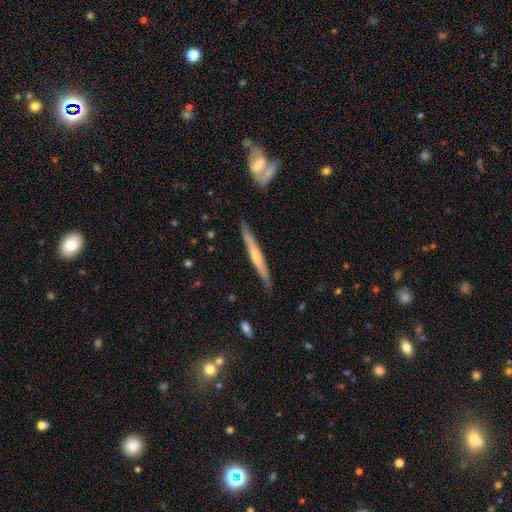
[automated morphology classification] smooth_or_featured: featured or disk (p=0.58) [alt: smooth p=0.36]
disk_edge_on: yes (p=0.95) [alt: no p=0.05]
edge_on_bulge: rounded (p=0.49) [alt: none p=0.41]
merging: none (p=0.84) [alt: minor disturbance p=0.12]